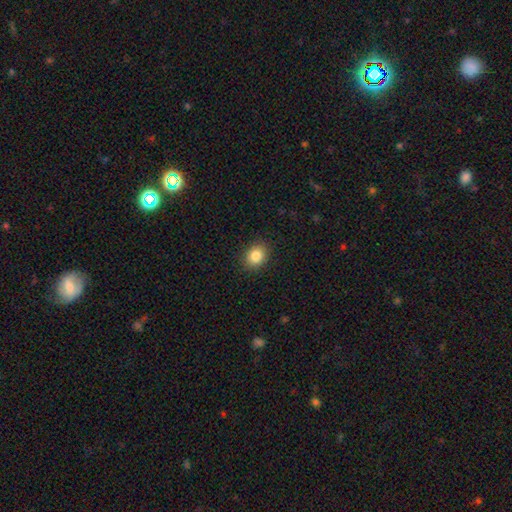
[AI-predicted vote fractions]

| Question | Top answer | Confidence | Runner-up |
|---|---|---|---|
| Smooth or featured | smooth | 85% | star or artifact (10%) |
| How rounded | round | 55% | in between (44%) |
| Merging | none | 89% | minor disturbance (8%) |